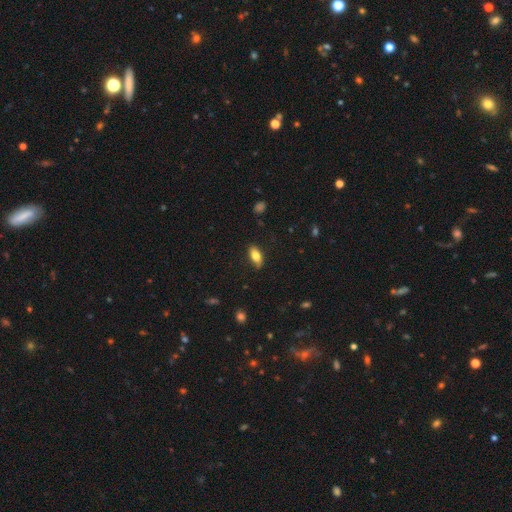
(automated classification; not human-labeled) This is likely a smooth galaxy (75%). How rounded: clearly in between (82%). Merging: clearly none (82%).